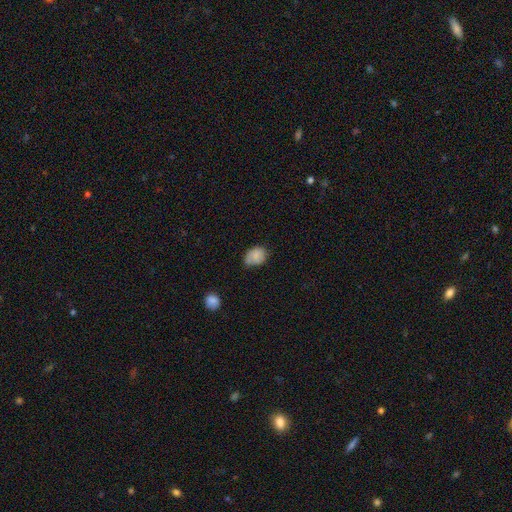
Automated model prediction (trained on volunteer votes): A smooth galaxy with no disk features (79%) that is in between round and cigar-shaped (66%). Merging: none (55%).